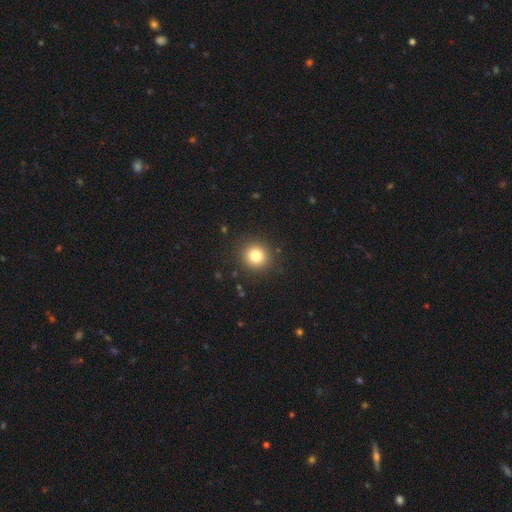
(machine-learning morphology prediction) type=smooth (80%); roundness=round (92%); merging=none (90%).